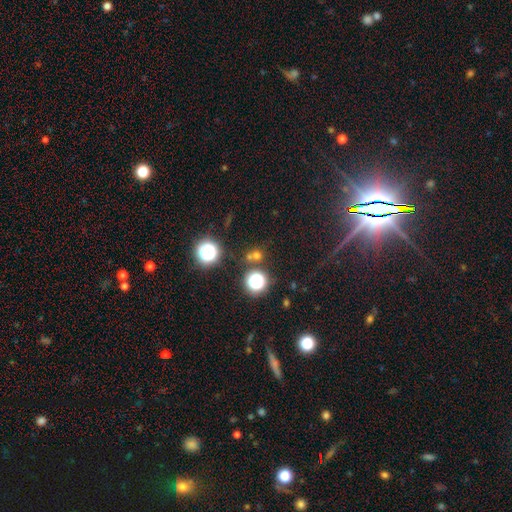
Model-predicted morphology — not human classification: Smooth or featured?
  - smooth: 55% *
  - star or artifact: 37%
  - featured or disk: 8%
How rounded?
  - round: 86% *
  - in between: 12%
  - cigar-shaped: 1%
Merging?
  - none: 66% *
  - merger: 21%
  - minor disturbance: 9%
  - major disturbance: 4%